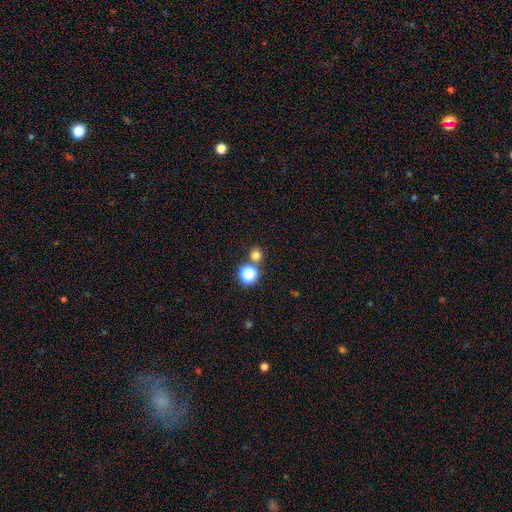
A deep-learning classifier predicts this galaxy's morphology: This is likely a smooth galaxy (73%). How rounded: clearly round (89%). Merging: likely none (75%).